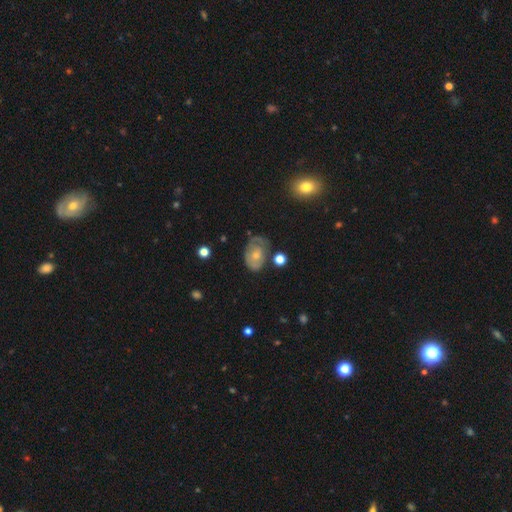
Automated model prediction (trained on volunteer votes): Overall: featured or disk (52%; smooth 40%). Edge-on disk: no (95%). Merging: none (45%; minor disturbance 32%).